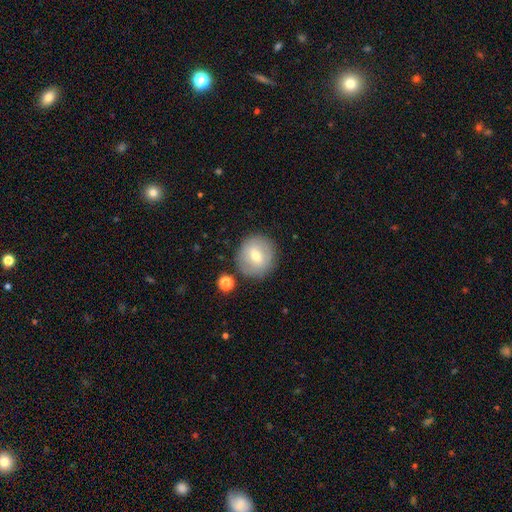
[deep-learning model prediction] Smooth or featured? Predicted: smooth (p=0.59). How rounded? Predicted: round (p=0.91). Merging? Predicted: none (p=0.83).